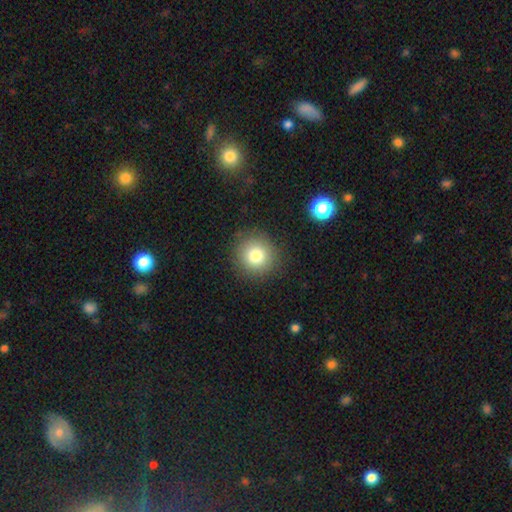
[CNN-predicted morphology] Smooth or featured? Predicted: smooth (p=0.80). How rounded? Predicted: round (p=0.93). Merging? Predicted: none (p=0.88).